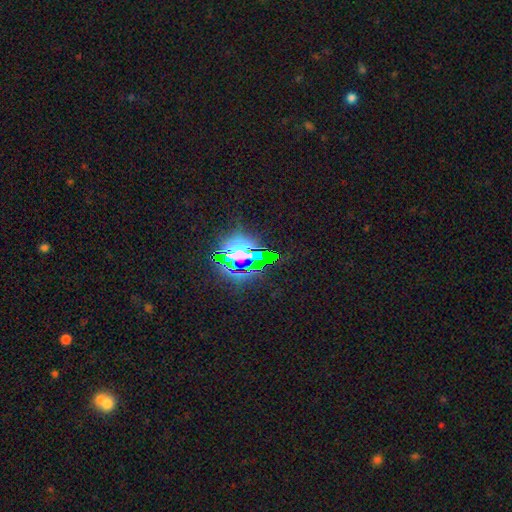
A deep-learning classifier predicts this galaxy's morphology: The model was most divided on "smooth or featured": star or artifact: 75%, smooth: 15%, featured or disk: 10%.